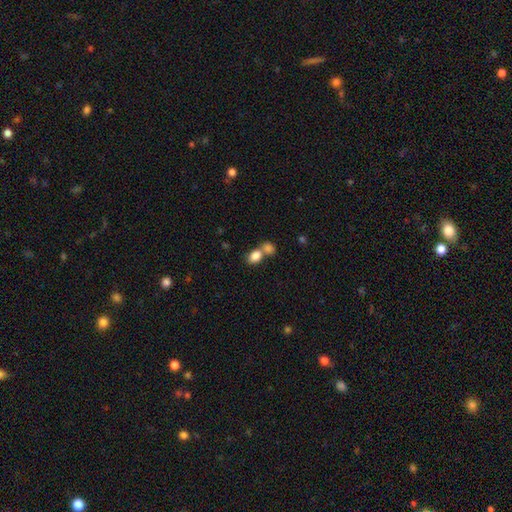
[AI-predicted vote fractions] Smooth or featured: smooth — 83% (star or artifact — 9%)
How rounded: in between — 70% (round — 29%)
Merging: merger — 51% (none — 36%)